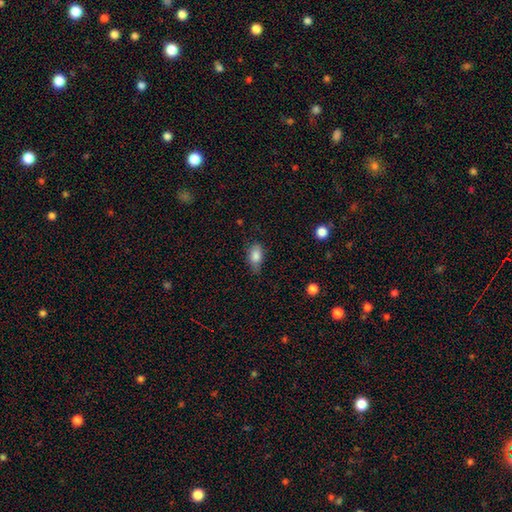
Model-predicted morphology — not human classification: This appears to be a smooth galaxy with no disk features (83%) that is in between round and cigar-shaped (87%). Merging: none (61%).